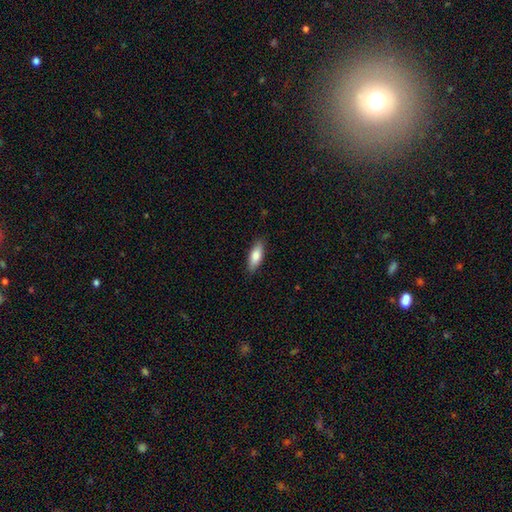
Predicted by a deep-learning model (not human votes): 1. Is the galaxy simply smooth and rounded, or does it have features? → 79% smooth, 14% featured or disk, 6% star or artifact.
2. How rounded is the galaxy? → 67% in between, 31% cigar-shaped, 2% round.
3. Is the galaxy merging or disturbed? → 87% none, 10% minor disturbance, 2% major disturbance, 1% merger.